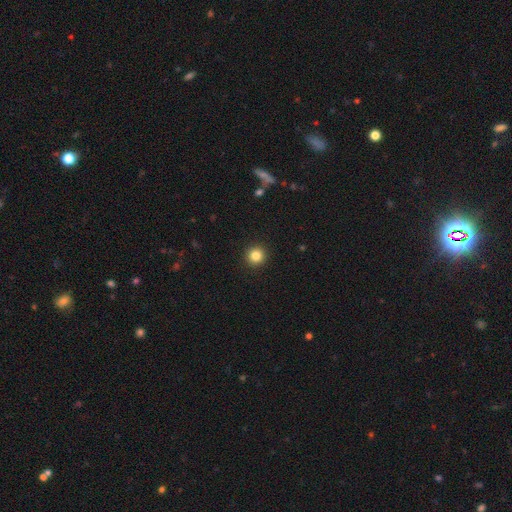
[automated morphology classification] The model was most divided on "smooth or featured": smooth: 84%, star or artifact: 11%, featured or disk: 5%. More confident: how rounded — round (95%); merging — none (93%).